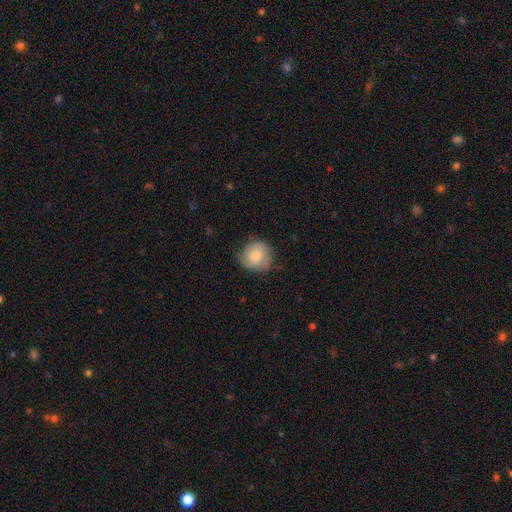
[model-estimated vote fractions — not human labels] This appears to be a smooth galaxy with no disk features (70%) that is round (86%). Merging: none (66%).